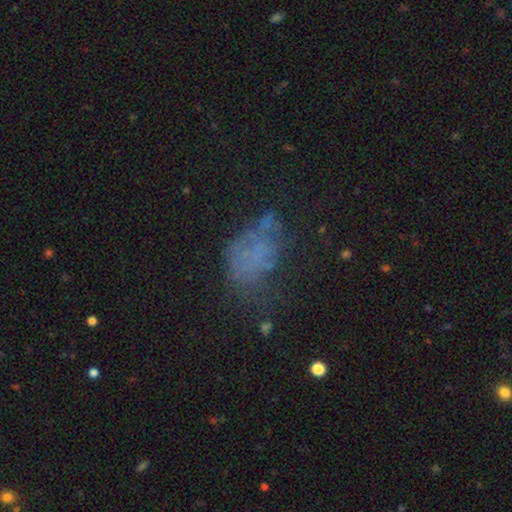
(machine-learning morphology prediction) A smooth galaxy with no disk features (47%). Merging: none (47%).